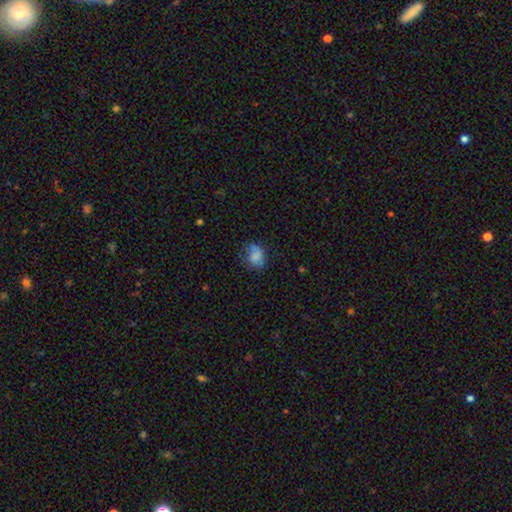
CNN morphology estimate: The model was most divided on "how rounded": in between: 59%, round: 40%, cigar-shaped: 1%. More confident: smooth or featured — smooth (73%); merging — none (52%).